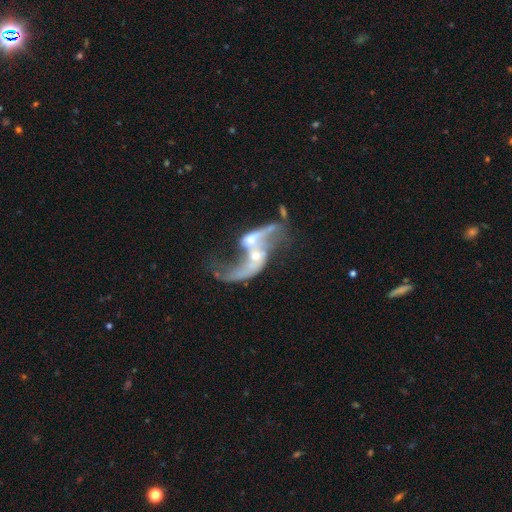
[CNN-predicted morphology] A featured or disk galaxy (77%) with no bar (64%), 2 (76%) loose (89%) spiral arms (73%) and a small central bulge (42%). Merging: merger (61%).